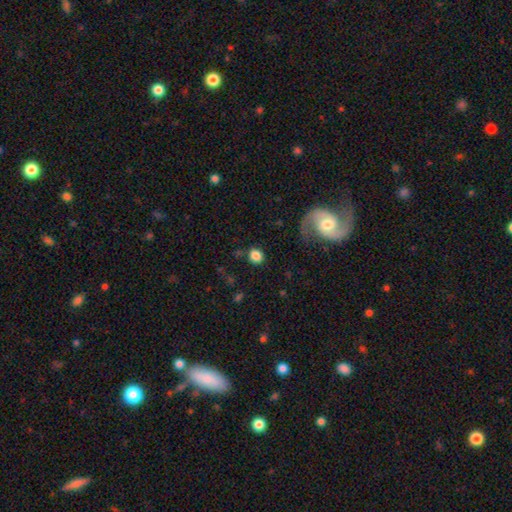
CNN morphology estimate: smooth-or-featured: smooth: 82% | star or artifact: 10% | featured or disk: 8%
  how-rounded: round: 74% | in between: 25% | cigar-shaped: 1%
  merging: none: 82% | minor disturbance: 10% | major disturbance: 5% | merger: 3%